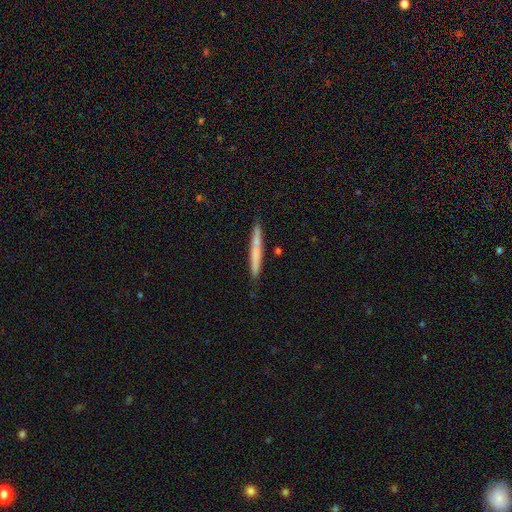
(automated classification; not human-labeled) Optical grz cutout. It shows a smooth galaxy with no disk features (61%) that is cigar-shaped (96%). Merging: none (87%).